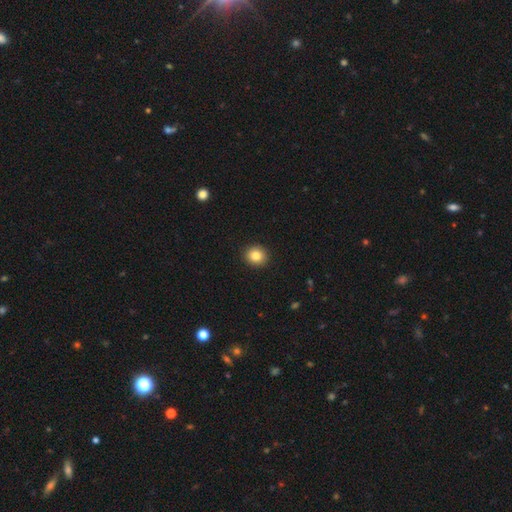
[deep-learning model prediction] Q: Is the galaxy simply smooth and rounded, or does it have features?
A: smooth — 84%.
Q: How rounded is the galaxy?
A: round — 86%.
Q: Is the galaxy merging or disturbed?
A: none — 92%.